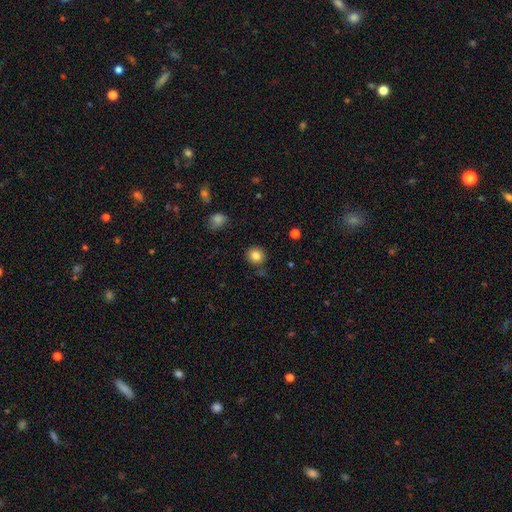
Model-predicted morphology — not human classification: smooth-or-featured: smooth: 84% | star or artifact: 10% | featured or disk: 6%
  how-rounded: round: 88% | in between: 11% | cigar-shaped: 1%
  merging: none: 83% | minor disturbance: 11% | merger: 3% | major disturbance: 3%